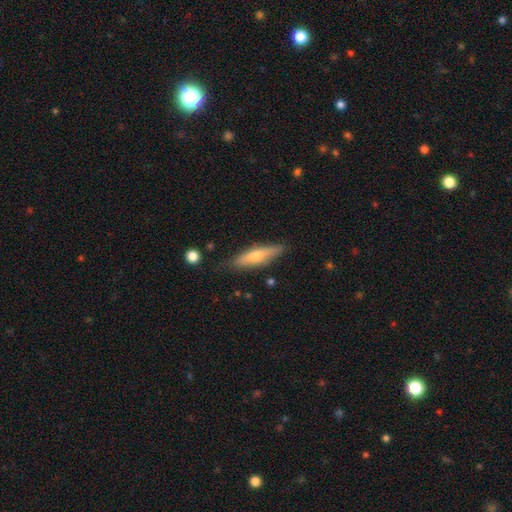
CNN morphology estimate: This is possibly a featured or disk galaxy (48%). Merging: clearly none (85%).